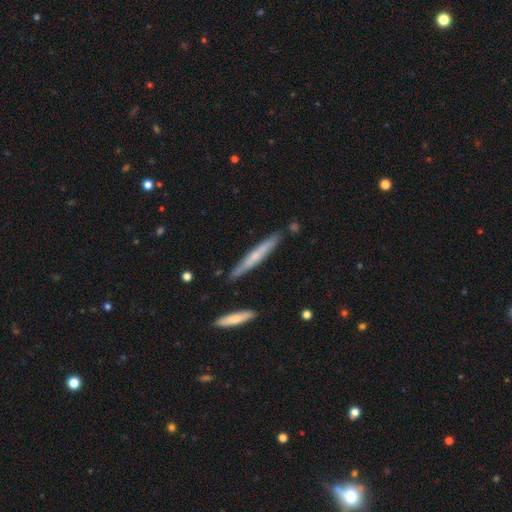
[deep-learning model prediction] smooth_or_featured: smooth (p=0.48) [alt: featured or disk p=0.45]
merging: none (p=0.84) [alt: minor disturbance p=0.11]